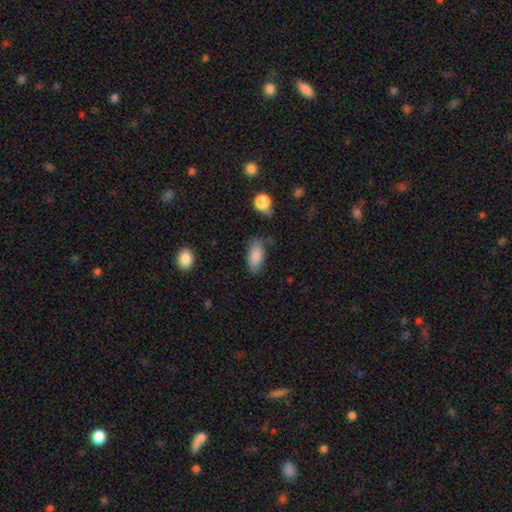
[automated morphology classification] Smooth or featured? Predicted: smooth (p=0.87). How rounded? Predicted: in between (p=0.89). Merging? Predicted: none (p=0.71).